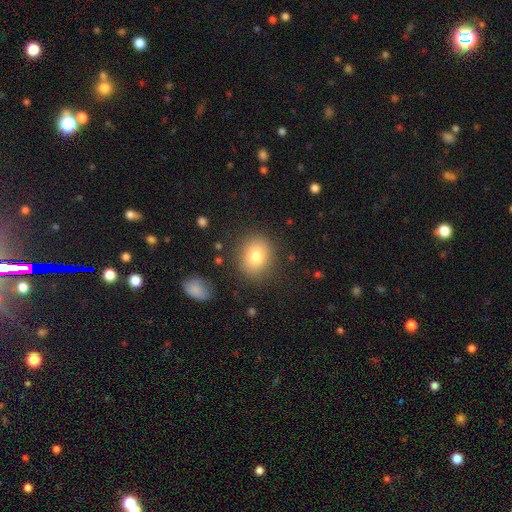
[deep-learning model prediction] This is likely a smooth galaxy (78%). How rounded: likely round (67%). Merging: clearly none (85%).